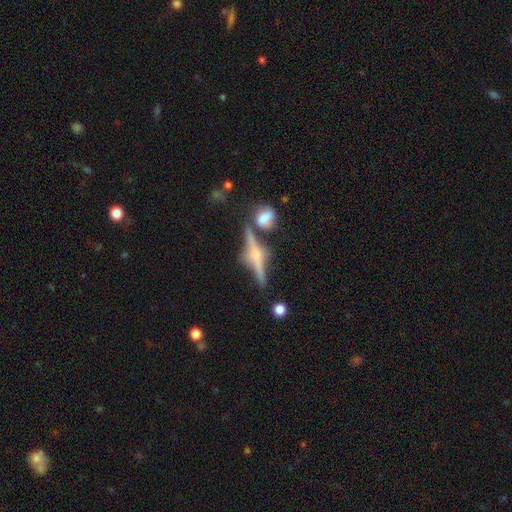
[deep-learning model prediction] Q: Smooth or featured?
A: featured or disk (74%); runner-up: smooth (17%)
Q: Edge-on disk?
A: yes (96%); runner-up: no (4%)
Q: Edge-on bulge?
A: rounded (82%); runner-up: boxy (11%)
Q: Merging?
A: none (73%); runner-up: minor disturbance (12%)